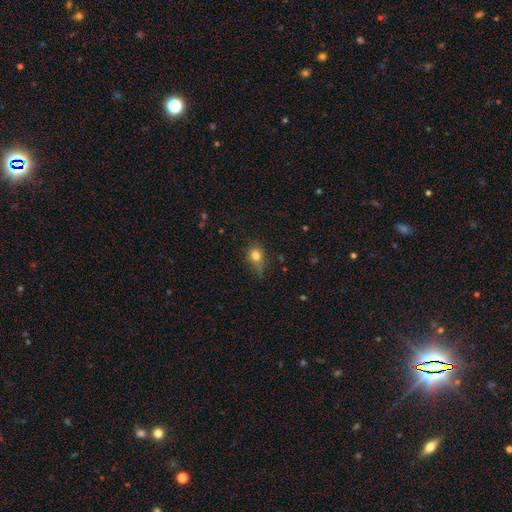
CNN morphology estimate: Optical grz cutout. It shows a smooth galaxy with no disk features (78%) that is round (56%). Merging: none (59%).